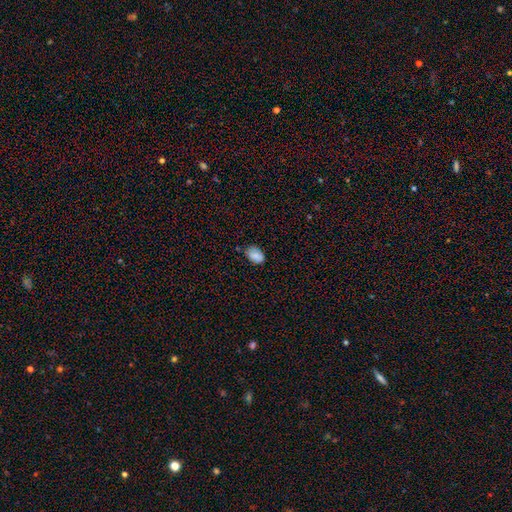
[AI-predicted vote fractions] This is clearly a smooth galaxy (82%). How rounded: clearly in between (82%). Merging: likely none (73%).